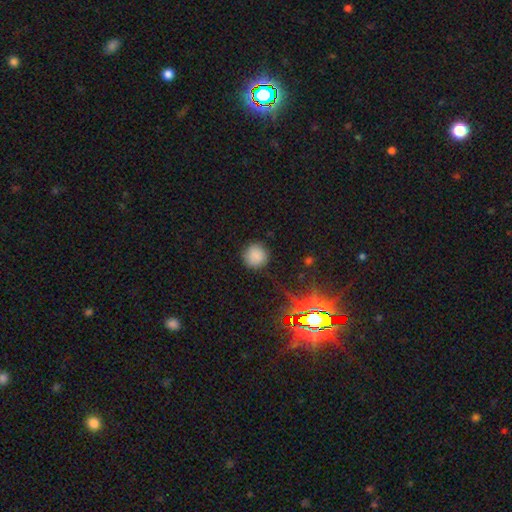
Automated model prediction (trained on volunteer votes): Smooth or featured? smooth (82%)
How rounded? round (93%)
Merging? none (87%)